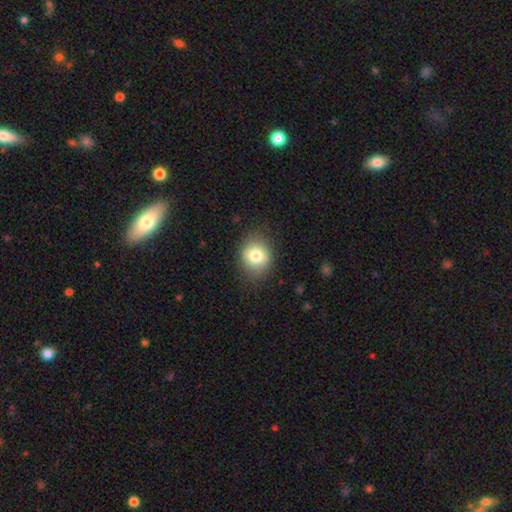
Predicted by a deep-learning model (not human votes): smooth_or_featured: smooth (p=0.78) [alt: featured or disk p=0.12]
how_rounded: round (p=0.66) [alt: in between p=0.33]
merging: none (p=0.82) [alt: minor disturbance p=0.13]